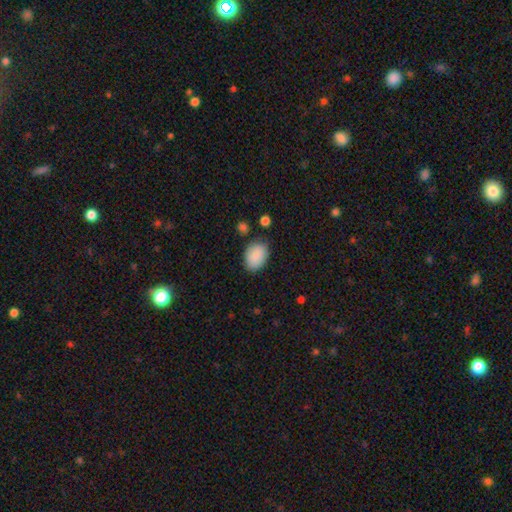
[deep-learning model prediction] smooth_or_featured: smooth (p=0.88) [alt: star or artifact p=0.07]
how_rounded: in between (p=0.78) [alt: round p=0.21]
merging: none (p=0.76) [alt: minor disturbance p=0.17]